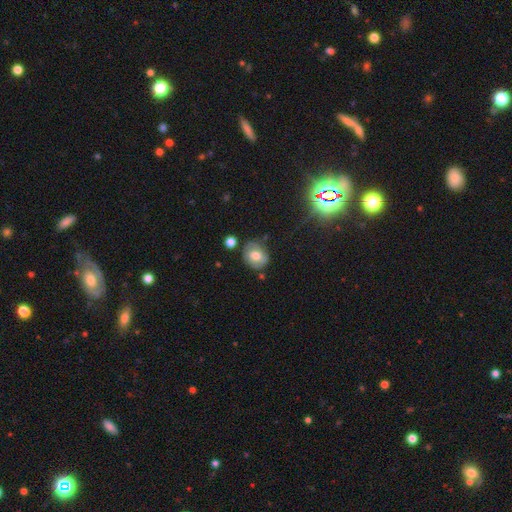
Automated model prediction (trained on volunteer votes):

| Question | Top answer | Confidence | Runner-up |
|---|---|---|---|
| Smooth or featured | smooth | 56% | featured or disk (34%) |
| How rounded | round | 58% | in between (41%) |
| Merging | none | 72% | minor disturbance (18%) |